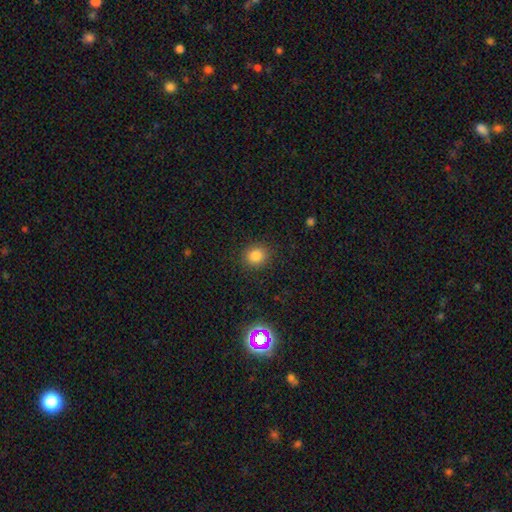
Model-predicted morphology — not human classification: Q: Smooth or featured?
A: smooth (83%); runner-up: star or artifact (12%)
Q: How rounded?
A: round (81%); runner-up: in between (18%)
Q: Merging?
A: none (88%); runner-up: minor disturbance (8%)